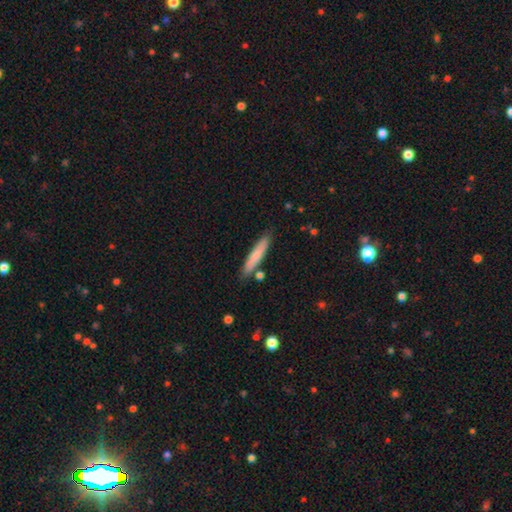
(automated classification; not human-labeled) Morphology: type=smooth (73%); roundness=cigar-shaped (89%); merging=none (83%).